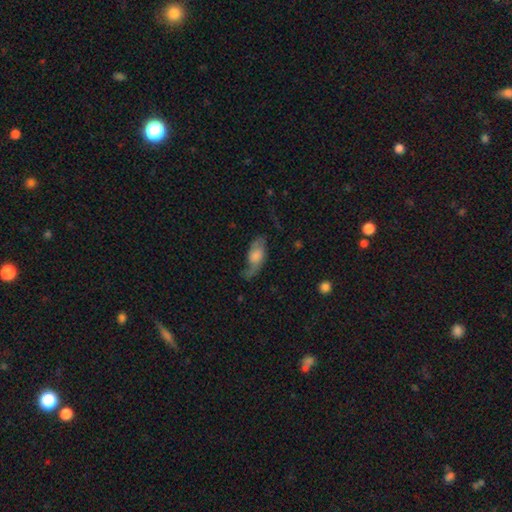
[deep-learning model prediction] featured or disk 59%, smooth 32%, star or artifact 9%. Down the decision tree: edge-on disk — no (82%); merging — none (57%).